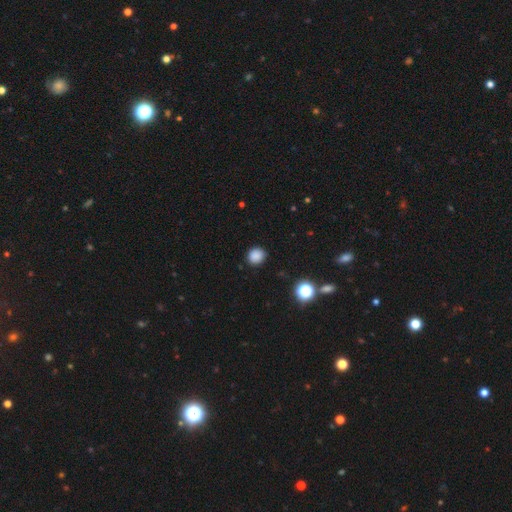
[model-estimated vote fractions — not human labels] A smooth galaxy with no disk features (85%) that is round (85%).

Vote fractions:
- Smooth or featured? smooth: 85% / star or artifact: 12% / featured or disk: 3%
- How rounded? round: 85% / in between: 14% / cigar-shaped: 1%
- Merging? none: 89% / minor disturbance: 8% / major disturbance: 2% / merger: 1%